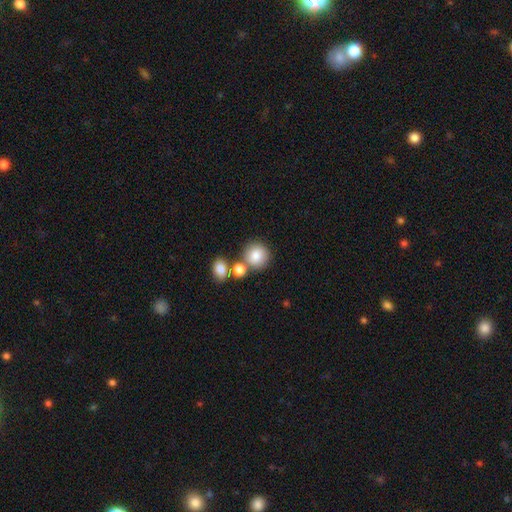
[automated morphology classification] A smooth galaxy with no disk features (83%) that is round (87%).

Vote fractions:
- Smooth or featured? smooth: 83% / star or artifact: 9% / featured or disk: 8%
- How rounded? round: 87% / in between: 12% / cigar-shaped: 1%
- Merging? none: 62% / merger: 24% / minor disturbance: 11% / major disturbance: 4%